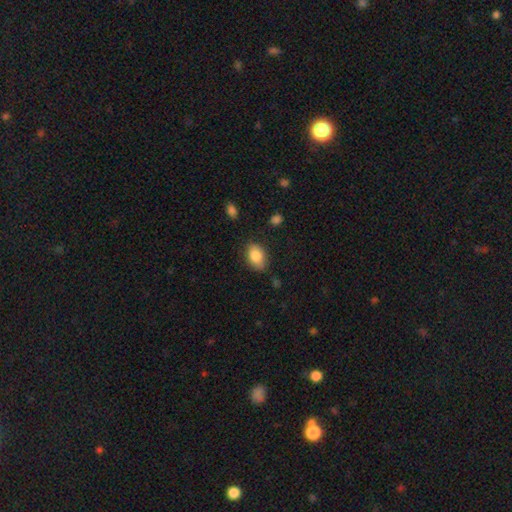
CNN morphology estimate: The model was most divided on "merging": none: 78%, minor disturbance: 17%, major disturbance: 3%, merger: 2%. More confident: smooth or featured — smooth (85%); how rounded — in between (84%).